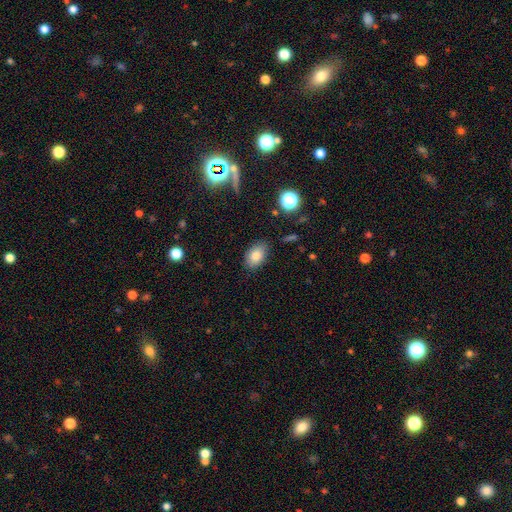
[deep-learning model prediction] smooth-or-featured: smooth: 81% | star or artifact: 10% | featured or disk: 9%
  how-rounded: in between: 85% | round: 13% | cigar-shaped: 1%
  merging: none: 81% | minor disturbance: 14% | major disturbance: 3% | merger: 2%